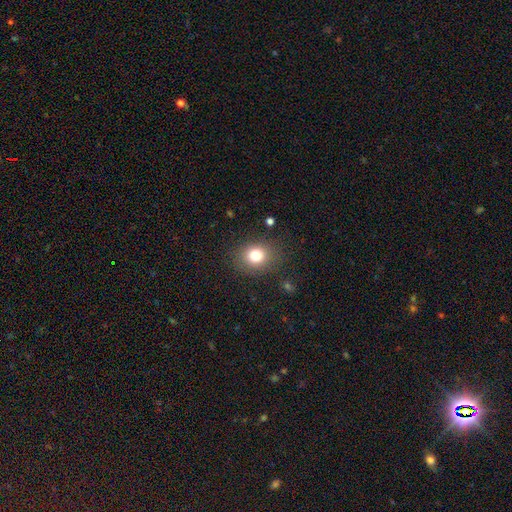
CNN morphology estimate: Smooth or featured: smooth — 79% (star or artifact — 13%)
How rounded: round — 64% (in between — 35%)
Merging: none — 84% (minor disturbance — 10%)